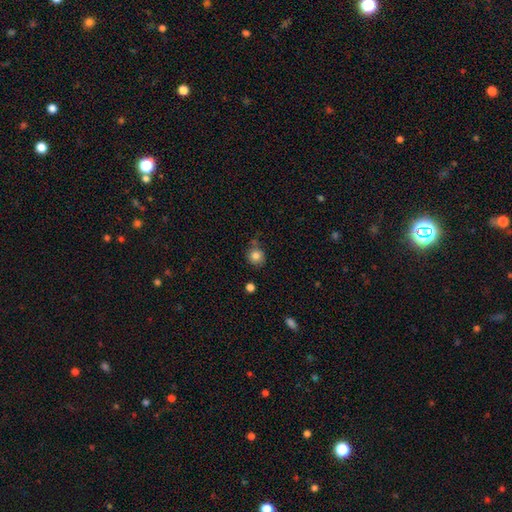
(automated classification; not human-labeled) Overall: smooth (83%). How rounded: round (88%). Merging: none (72%).